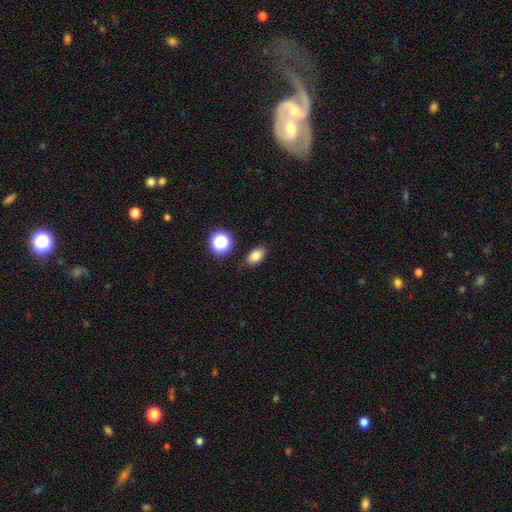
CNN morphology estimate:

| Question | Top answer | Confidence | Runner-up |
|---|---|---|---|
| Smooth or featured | smooth | 80% | star or artifact (13%) |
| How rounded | in between | 84% | round (14%) |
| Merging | none | 83% | minor disturbance (12%) |